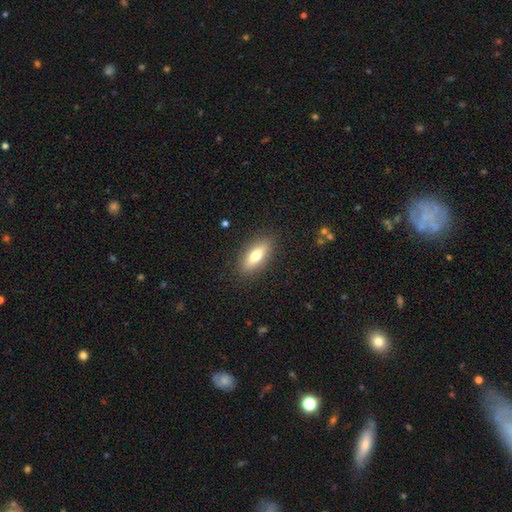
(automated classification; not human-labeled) Smooth or featured?
  - smooth: 65% *
  - featured or disk: 27%
  - star or artifact: 7%
How rounded?
  - in between: 67% *
  - cigar-shaped: 30%
  - round: 3%
Merging?
  - none: 88% *
  - minor disturbance: 9%
  - major disturbance: 3%
  - merger: 1%